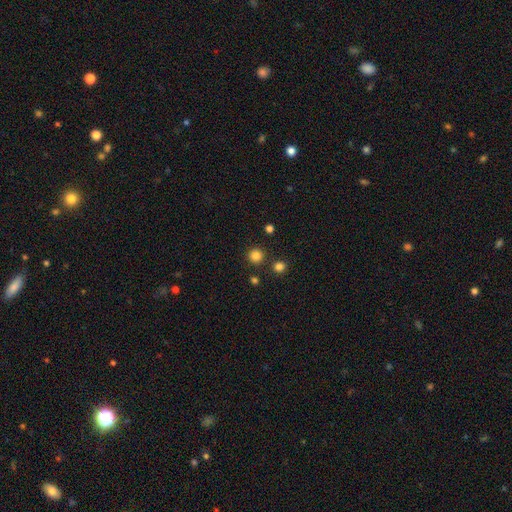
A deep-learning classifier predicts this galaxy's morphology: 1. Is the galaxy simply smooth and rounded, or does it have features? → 82% smooth, 14% star or artifact, 4% featured or disk.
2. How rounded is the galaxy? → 95% round, 4% in between, 1% cigar-shaped.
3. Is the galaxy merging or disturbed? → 87% none, 5% minor disturbance, 5% merger, 2% major disturbance.